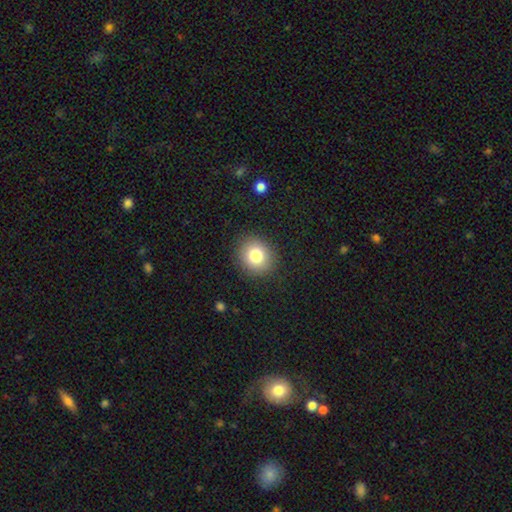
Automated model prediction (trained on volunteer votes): smooth-or-featured: smooth: 80% | star or artifact: 11% | featured or disk: 10%
  how-rounded: round: 79% | in between: 20% | cigar-shaped: 1%
  merging: none: 89% | minor disturbance: 7% | major disturbance: 3% | merger: 1%